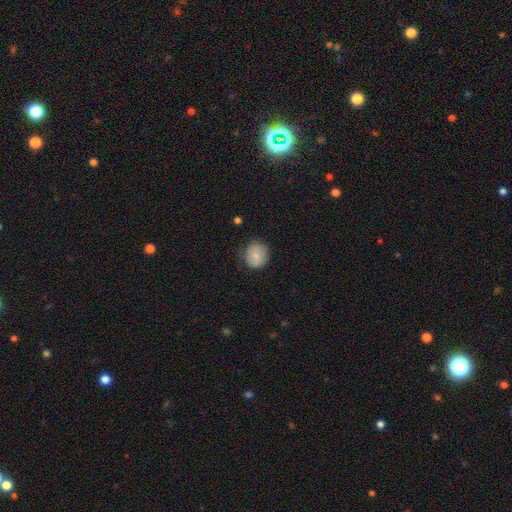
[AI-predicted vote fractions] Overall: smooth (82%). How rounded: round (86%). Merging: none (79%).